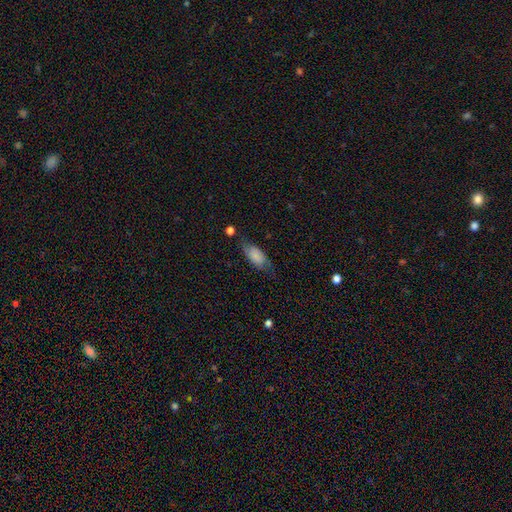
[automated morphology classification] Q: Smooth or featured?
A: smooth (70%); runner-up: featured or disk (22%)
Q: How rounded?
A: in between (86%); runner-up: cigar-shaped (10%)
Q: Merging?
A: none (60%); runner-up: minor disturbance (27%)